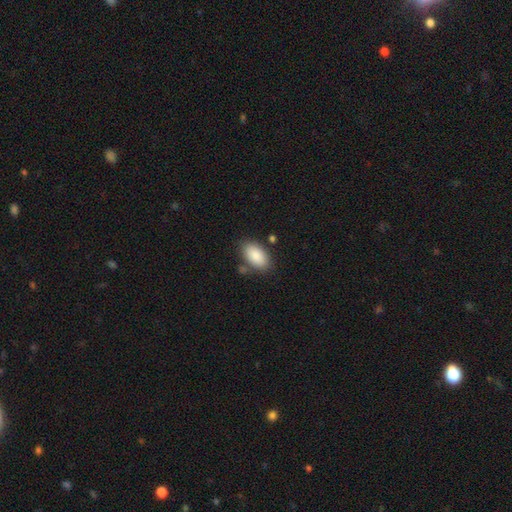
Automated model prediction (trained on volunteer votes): This appears to be a smooth galaxy with no disk features (87%) that is in between round and cigar-shaped (94%). Merging: none (76%).